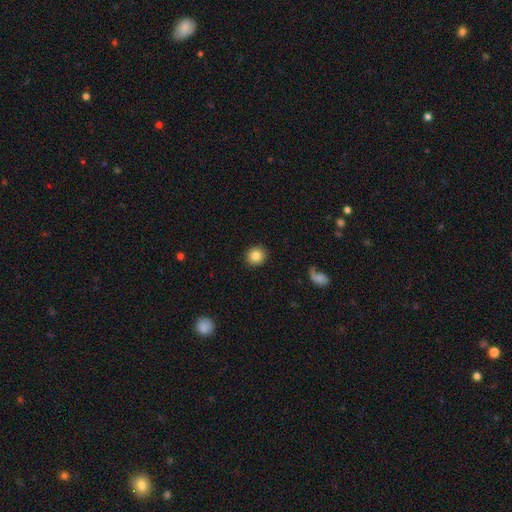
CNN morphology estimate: type=smooth (85%); roundness=round (89%); merging=none (92%).